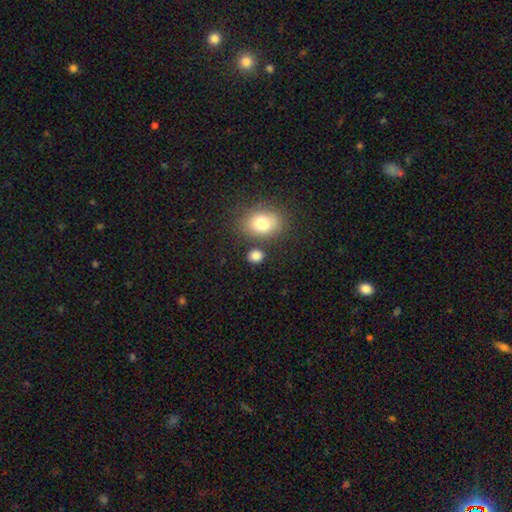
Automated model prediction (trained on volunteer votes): Morphology: type=smooth (83%); roundness=round (67%); merging=none (76%).